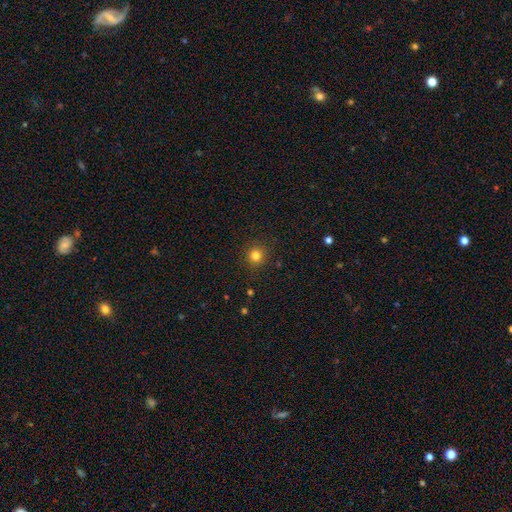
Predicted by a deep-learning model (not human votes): Smooth or featured? smooth (81%)
How rounded? round (93%)
Merging? none (90%)